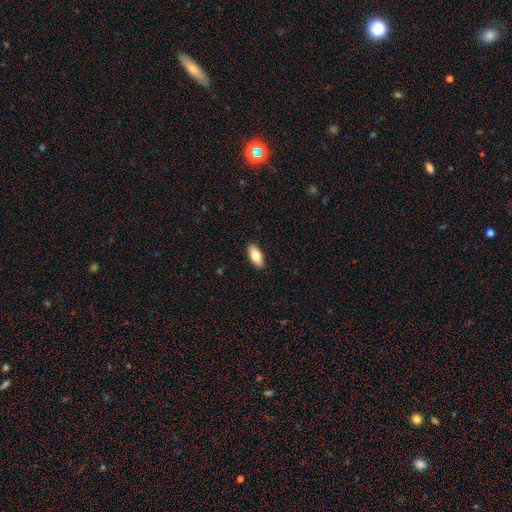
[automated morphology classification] Overall: smooth (77%). How rounded: in between (87%). Merging: none (90%).